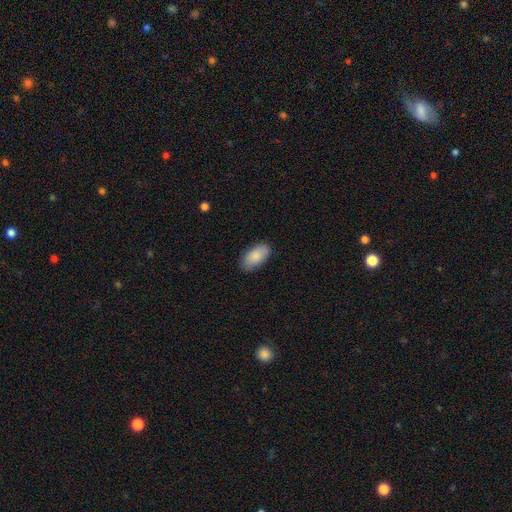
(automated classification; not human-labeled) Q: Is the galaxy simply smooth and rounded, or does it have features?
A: smooth — 88%.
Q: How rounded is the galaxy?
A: in between — 95%.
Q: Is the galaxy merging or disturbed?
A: none — 85%.